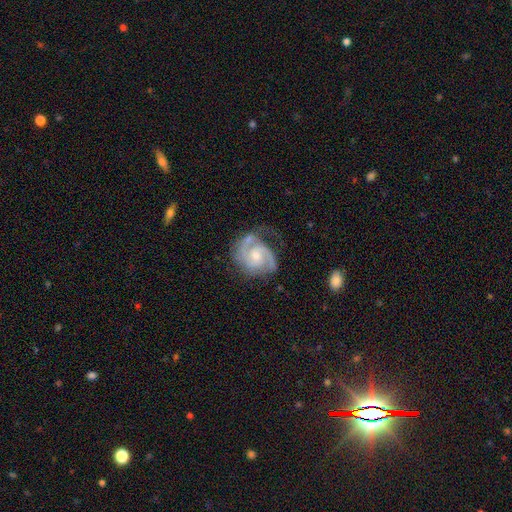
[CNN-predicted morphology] smooth-or-featured: featured or disk: 88% | smooth: 7% | star or artifact: 5%
  disk-edge-on: no: 98% | yes: 2%
    bar: no: 54% | weak: 39% | strong: 7%
    has-spiral-arms: yes: 97% | no: 3%
      spiral-winding: medium: 48% | tight: 41% | loose: 11%
      spiral-arm-count: 2: 72% | 3: 13% | can't tell: 7% | 1: 4% | 4: 2% | more than 4: 2%
    bulge-size: moderate: 49% | small: 43% | none: 4% | large: 3% | dominant: 1%
  merging: none: 56% | minor disturbance: 25% | major disturbance: 16% | merger: 3%